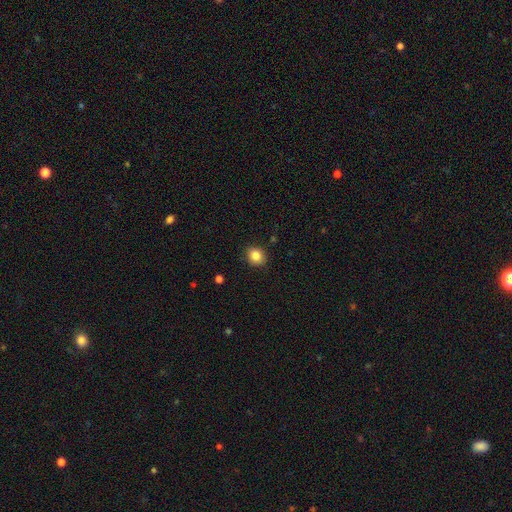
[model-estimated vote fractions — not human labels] Smooth or featured? smooth (84%)
How rounded? round (66%)
Merging? none (89%)